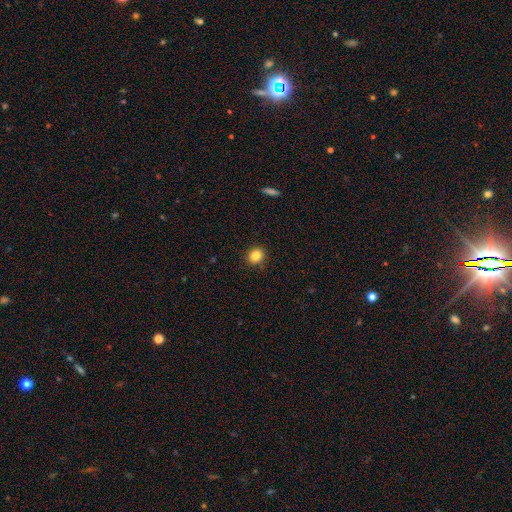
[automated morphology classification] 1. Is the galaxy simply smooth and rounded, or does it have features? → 85% smooth, 10% star or artifact, 5% featured or disk.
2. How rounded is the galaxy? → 80% round, 19% in between, 1% cigar-shaped.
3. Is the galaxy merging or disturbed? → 90% none, 7% minor disturbance, 2% major disturbance, 1% merger.